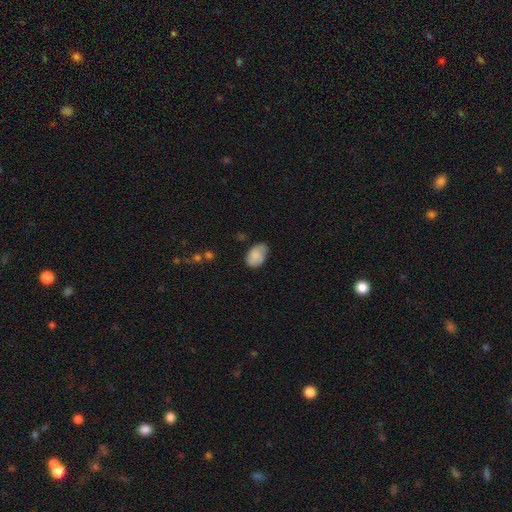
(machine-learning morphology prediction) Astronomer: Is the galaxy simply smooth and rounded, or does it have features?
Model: smooth — 82%.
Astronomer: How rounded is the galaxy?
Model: in between — 88%.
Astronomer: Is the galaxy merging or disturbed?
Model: none — 59%.